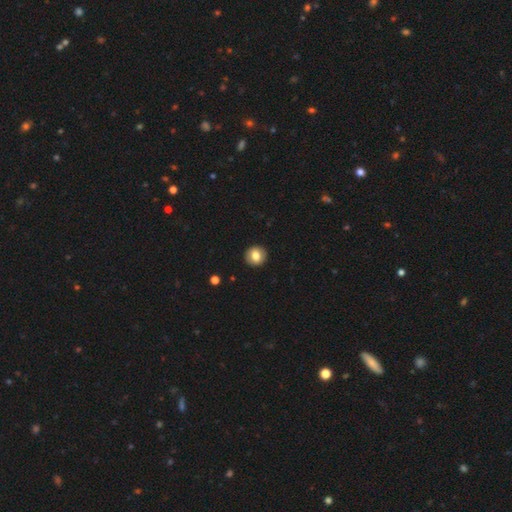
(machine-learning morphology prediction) smooth-or-featured: smooth: 78% | featured or disk: 14% | star or artifact: 9%
  how-rounded: round: 90% | in between: 9% | cigar-shaped: 1%
  merging: none: 92% | minor disturbance: 5% | major disturbance: 2% | merger: 1%